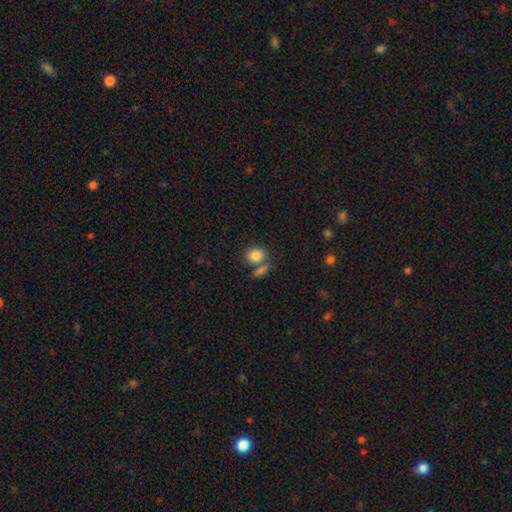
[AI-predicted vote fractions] Smooth or featured: smooth — 85% (star or artifact — 9%)
How rounded: round — 54% (in between — 44%)
Merging: none — 57% (merger — 28%)